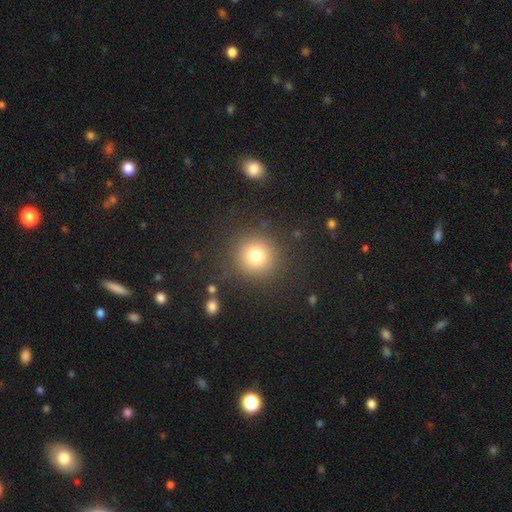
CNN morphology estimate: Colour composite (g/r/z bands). It shows a smooth galaxy with no disk features (78%) that is round (93%). Merging: none (87%).